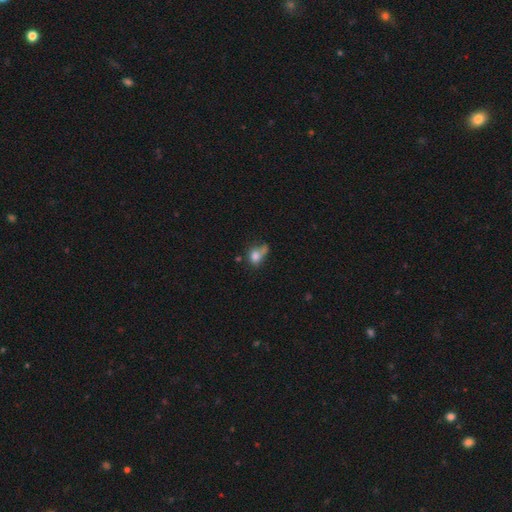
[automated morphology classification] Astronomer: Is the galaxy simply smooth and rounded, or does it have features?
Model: smooth — 74%.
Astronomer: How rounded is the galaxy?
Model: in between — 51% (runner-up: round, 46%).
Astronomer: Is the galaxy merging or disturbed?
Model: none — 30% (runner-up: minor disturbance, 24%).